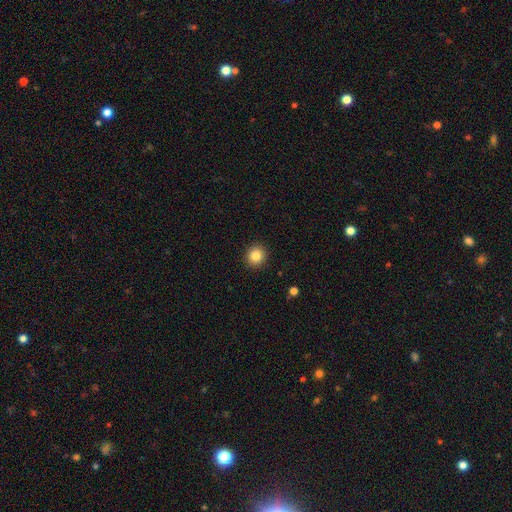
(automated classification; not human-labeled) smooth 85%, star or artifact 10%, featured or disk 5%. Down the decision tree: how rounded — round (89%); merging — none (92%).